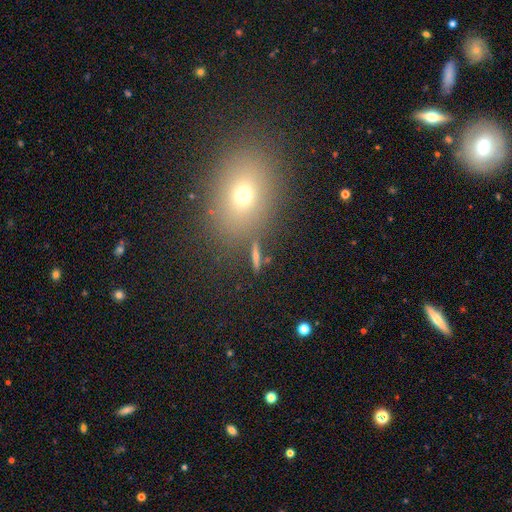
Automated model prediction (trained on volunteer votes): The model was most divided on "how rounded": cigar-shaped: 38%, in between: 32%, round: 30%. More confident: merging — none (81%); smooth or featured — smooth (51%).